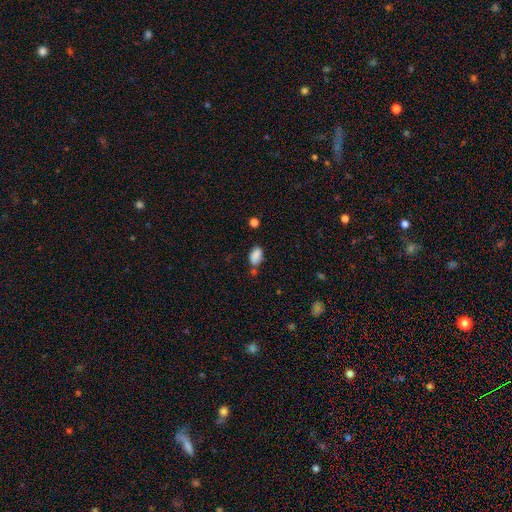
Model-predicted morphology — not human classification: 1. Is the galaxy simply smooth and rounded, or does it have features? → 86% smooth, 9% star or artifact, 5% featured or disk.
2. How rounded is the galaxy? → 91% in between, 7% round, 2% cigar-shaped.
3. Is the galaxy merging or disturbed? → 56% none, 23% minor disturbance, 14% merger, 6% major disturbance.